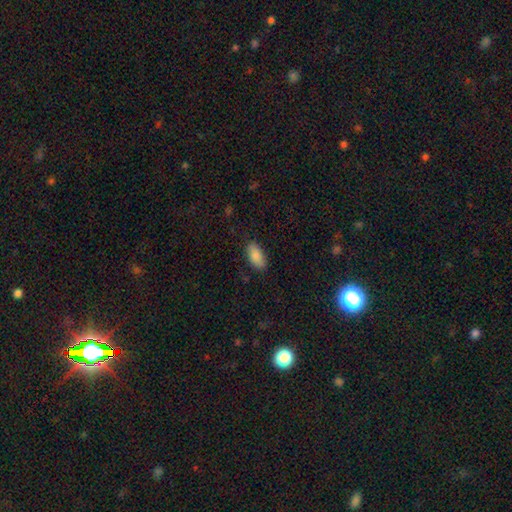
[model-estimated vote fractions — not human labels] Smooth or featured? Predicted: smooth (p=0.87). How rounded? Predicted: in between (p=0.92). Merging? Predicted: none (p=0.85).